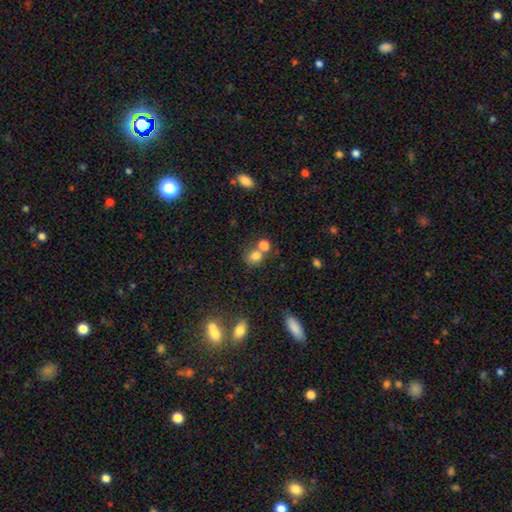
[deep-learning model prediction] smooth_or_featured: smooth (p=0.78) [alt: star or artifact p=0.14]
how_rounded: round (p=0.77) [alt: in between p=0.22]
merging: none (p=0.51) [alt: merger p=0.35]